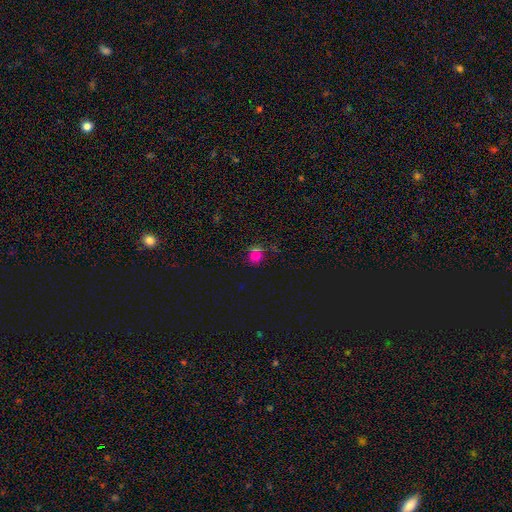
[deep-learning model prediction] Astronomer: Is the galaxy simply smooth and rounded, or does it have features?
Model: smooth — 64%.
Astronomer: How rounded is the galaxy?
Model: round — 79%.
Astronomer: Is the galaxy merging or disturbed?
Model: none — 66%.